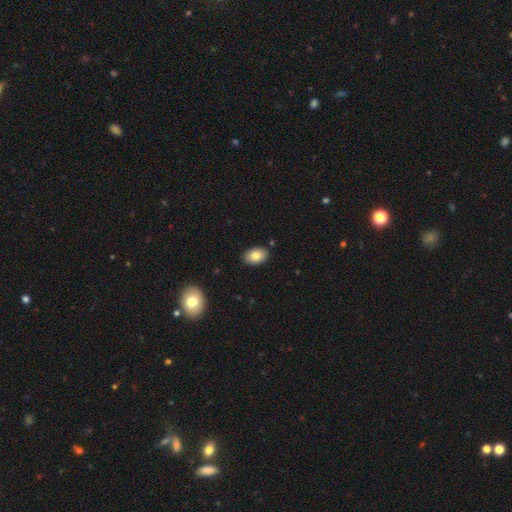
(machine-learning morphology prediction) A smooth galaxy with no disk features (81%) that is in between round and cigar-shaped (88%).

Vote fractions:
- Smooth or featured? smooth: 81% / featured or disk: 11% / star or artifact: 8%
- How rounded? in between: 88% / round: 11% / cigar-shaped: 1%
- Merging? none: 87% / minor disturbance: 10% / major disturbance: 2% / merger: 2%